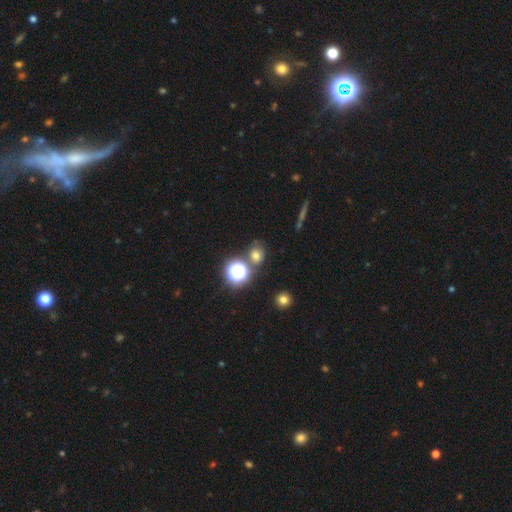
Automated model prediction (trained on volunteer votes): smooth 65%, star or artifact 26%, featured or disk 9%. Down the decision tree: how rounded — round (71%); merging — none (70%).